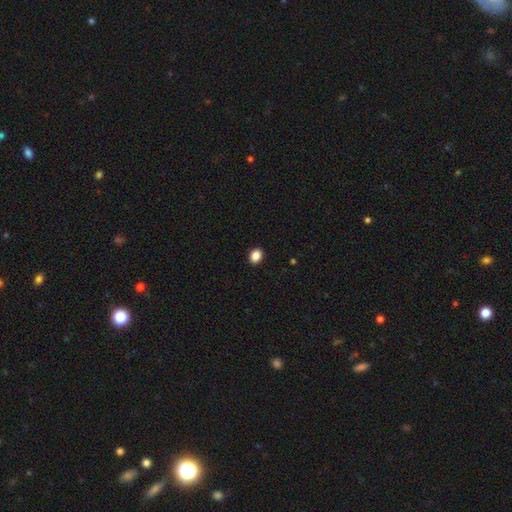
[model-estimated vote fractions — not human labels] Morphology: type=smooth (87%); roundness=in between (54%); merging=none (91%).